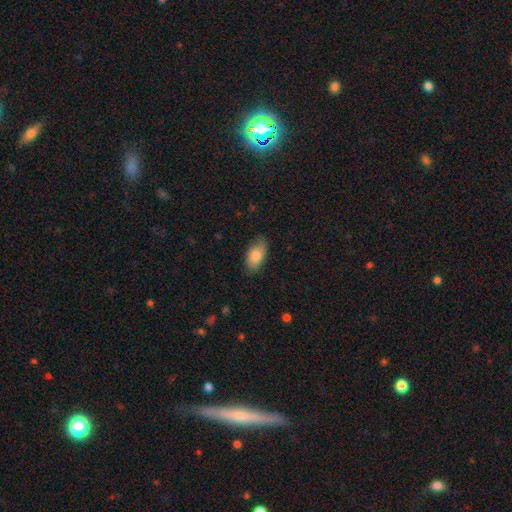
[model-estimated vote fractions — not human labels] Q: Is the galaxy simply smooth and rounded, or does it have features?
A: smooth — 83%.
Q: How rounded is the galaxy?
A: in between — 92%.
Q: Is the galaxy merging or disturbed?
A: none — 79%.